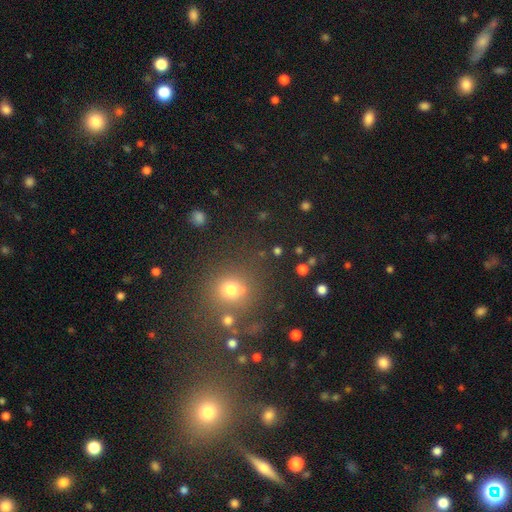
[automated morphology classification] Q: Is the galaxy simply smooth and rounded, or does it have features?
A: smooth — 54%.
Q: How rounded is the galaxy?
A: round — 82%.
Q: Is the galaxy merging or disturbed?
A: none — 76%.